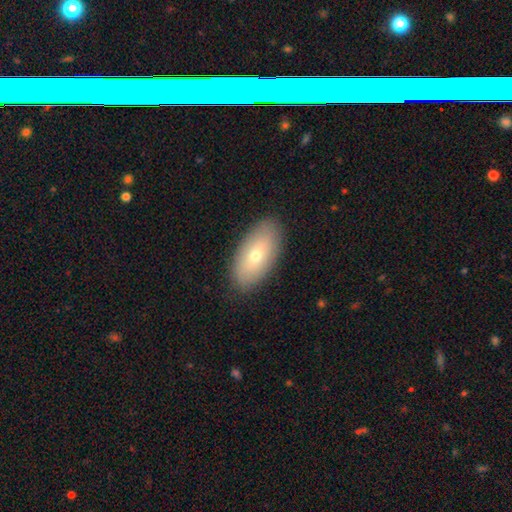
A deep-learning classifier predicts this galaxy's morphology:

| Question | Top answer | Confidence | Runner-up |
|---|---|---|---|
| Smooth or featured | smooth | 68% | featured or disk (24%) |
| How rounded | in between | 93% | cigar-shaped (4%) |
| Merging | none | 87% | minor disturbance (9%) |